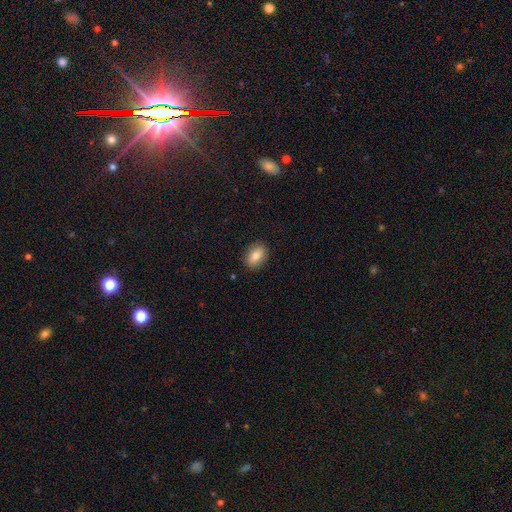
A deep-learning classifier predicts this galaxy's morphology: The model was most divided on "how rounded": in between: 82%, round: 16%, cigar-shaped: 2%. More confident: merging — none (89%); smooth or featured — smooth (83%).